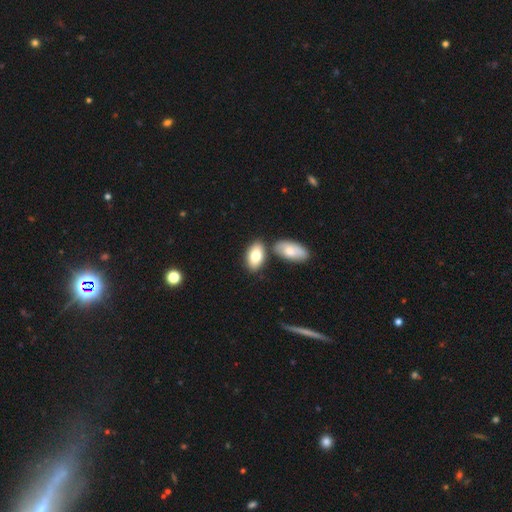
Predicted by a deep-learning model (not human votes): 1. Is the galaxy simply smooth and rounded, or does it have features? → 78% smooth, 15% featured or disk, 6% star or artifact.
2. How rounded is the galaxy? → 93% in between, 4% round, 3% cigar-shaped.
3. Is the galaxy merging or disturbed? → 67% none, 19% merger, 11% minor disturbance, 3% major disturbance.